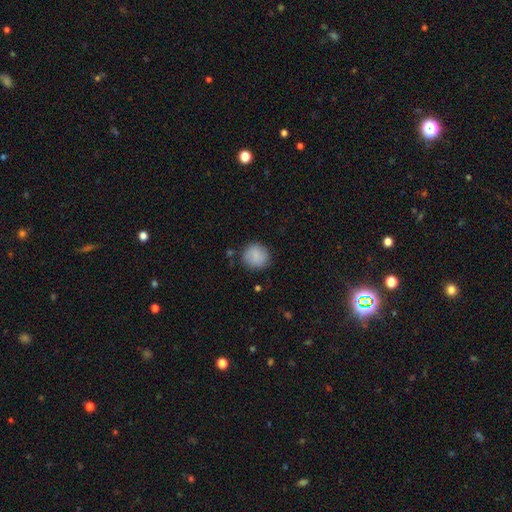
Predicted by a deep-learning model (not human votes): This is clearly a smooth galaxy (84%). How rounded: clearly round (89%). Merging: clearly none (83%).